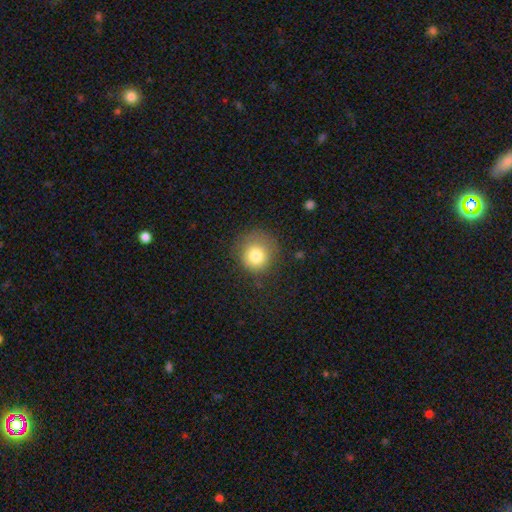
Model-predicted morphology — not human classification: Smooth or featured?
  - smooth: 80% *
  - star or artifact: 11%
  - featured or disk: 9%
How rounded?
  - round: 89% *
  - in between: 10%
  - cigar-shaped: 1%
Merging?
  - none: 74% *
  - minor disturbance: 17%
  - major disturbance: 8%
  - merger: 1%